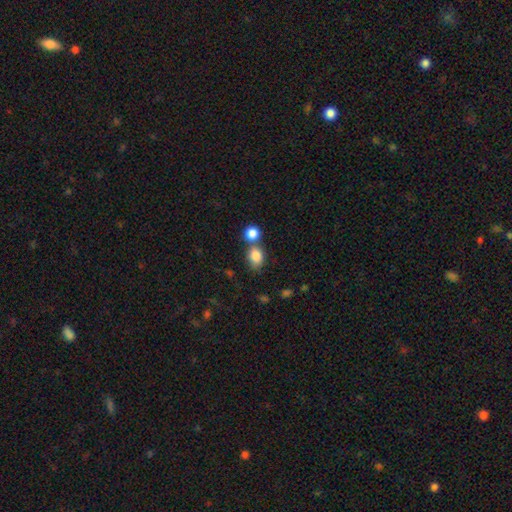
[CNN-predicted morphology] This is clearly a smooth galaxy (84%). How rounded: possibly in between (60%). Merging: possibly none (49%).